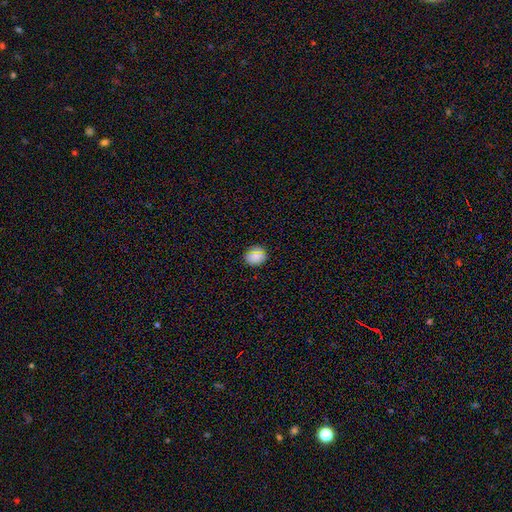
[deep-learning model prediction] Smooth or featured? smooth (78%)
How rounded? round (55%)
Merging? none (89%)